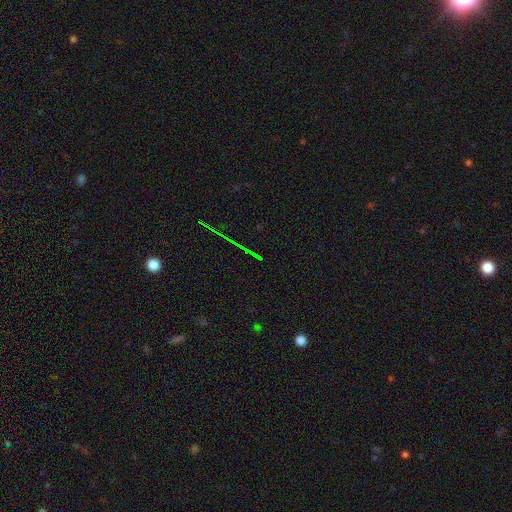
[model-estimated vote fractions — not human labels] The model was most divided on "smooth or featured": star or artifact: 78%, featured or disk: 12%, smooth: 10%.